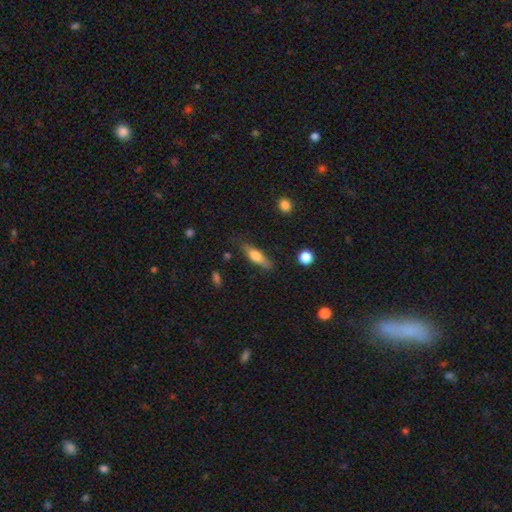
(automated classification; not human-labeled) smooth-or-featured: smooth: 61% | featured or disk: 32% | star or artifact: 6%
  how-rounded: cigar-shaped: 58% | in between: 39% | round: 3%
  merging: none: 78% | minor disturbance: 16% | major disturbance: 4% | merger: 2%